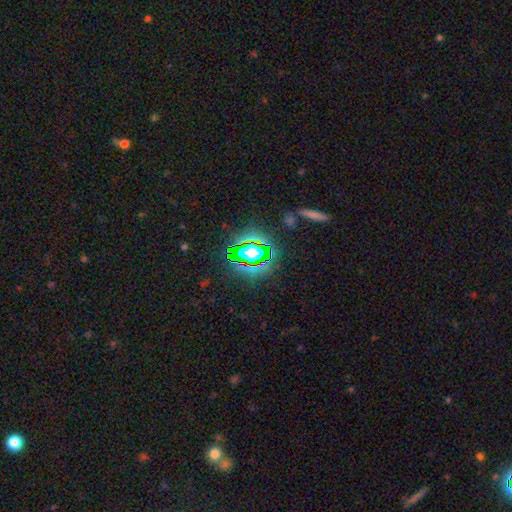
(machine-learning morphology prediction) The model was most divided on "smooth or featured": star or artifact: 65%, smooth: 23%, featured or disk: 13%.